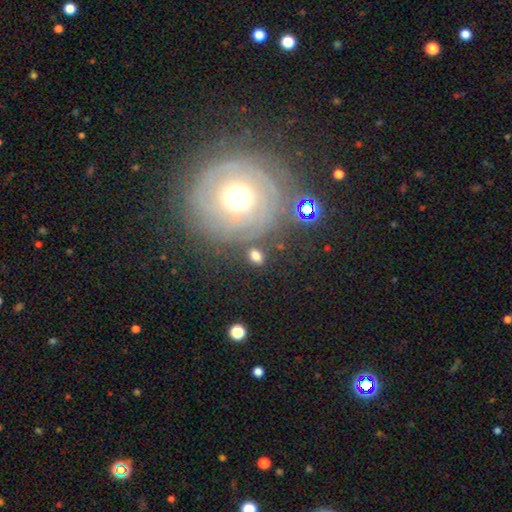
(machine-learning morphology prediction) This appears to be a smooth galaxy with no disk features (70%) that is in between round and cigar-shaped (60%). Merging: none (78%).